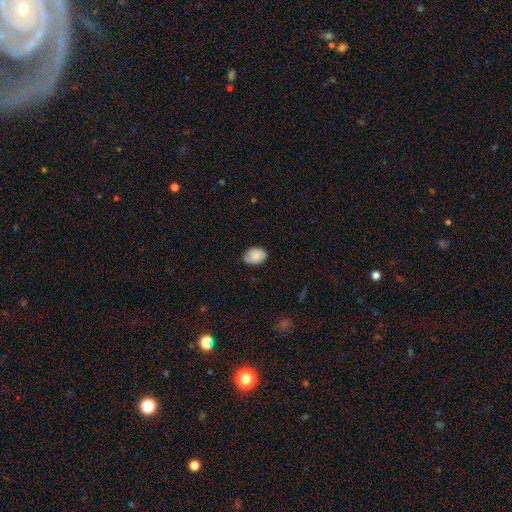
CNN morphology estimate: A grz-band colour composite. It shows a smooth galaxy with no disk features (81%) that is in between round and cigar-shaped (76%). Merging: none (72%).